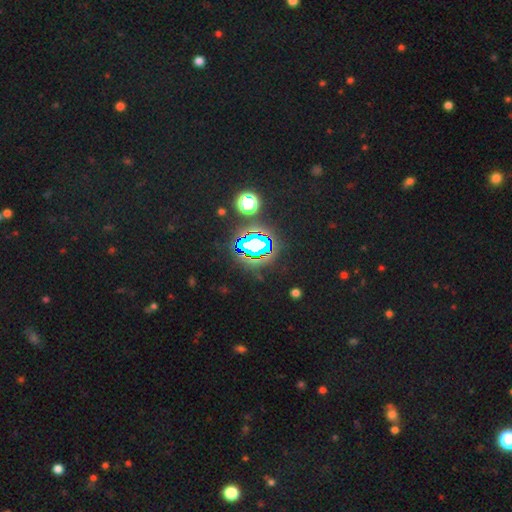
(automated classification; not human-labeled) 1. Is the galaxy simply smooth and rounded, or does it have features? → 79% star or artifact, 14% smooth, 7% featured or disk.